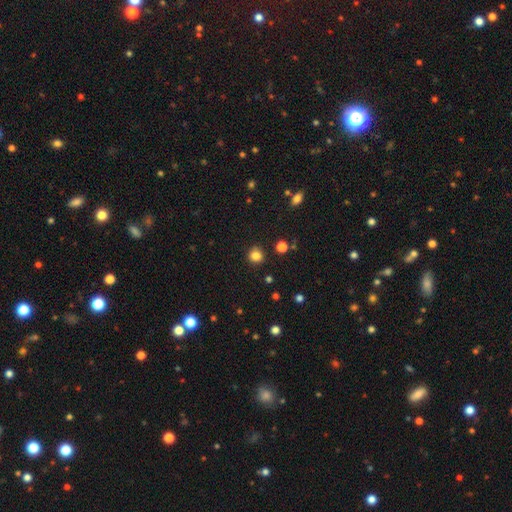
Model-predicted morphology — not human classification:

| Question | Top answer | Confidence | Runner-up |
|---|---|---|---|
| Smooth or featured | smooth | 83% | star or artifact (13%) |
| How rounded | round | 89% | in between (10%) |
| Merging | none | 89% | minor disturbance (7%) |